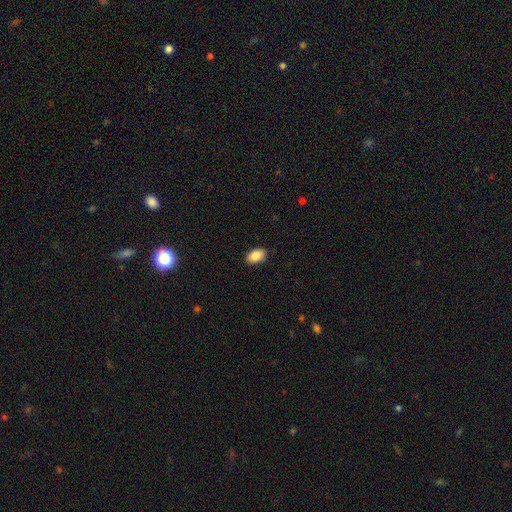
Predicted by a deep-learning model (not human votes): A smooth galaxy with no disk features (88%) that is in between round and cigar-shaped (92%). Merging: none (89%).